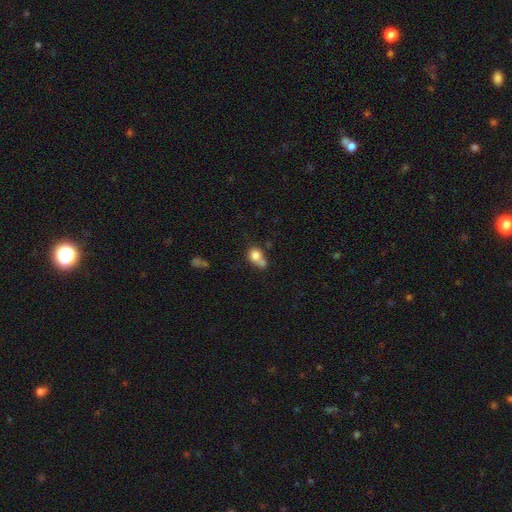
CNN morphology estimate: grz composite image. It shows a smooth galaxy with no disk features (78%) that is round (69%). Merging: merger (47%).